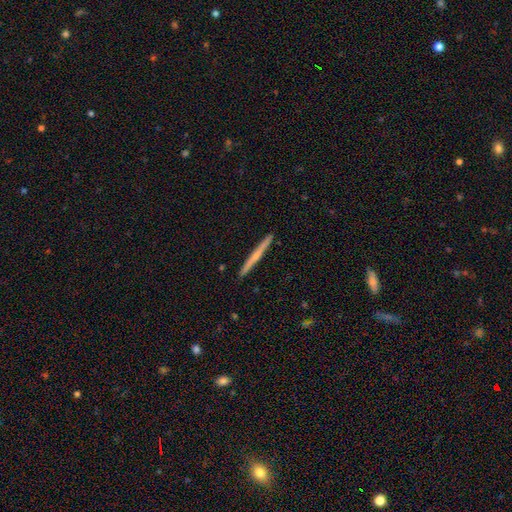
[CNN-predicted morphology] Smooth or featured? featured or disk (54%)
Edge-on disk? yes (98%)
Edge-on bulge? none (60%)
Merging? none (93%)